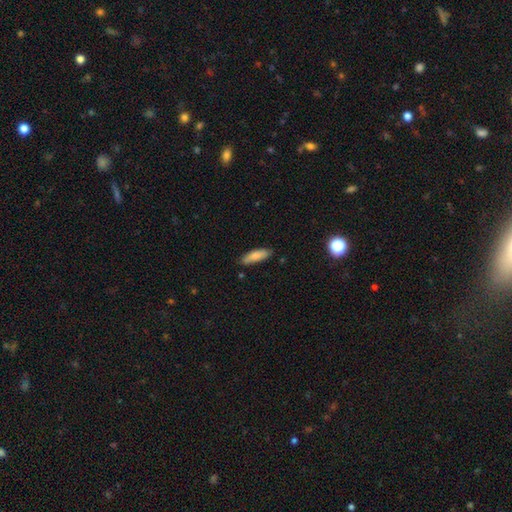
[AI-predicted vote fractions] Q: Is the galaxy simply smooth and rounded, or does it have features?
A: smooth — 82%.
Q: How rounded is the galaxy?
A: in between — 50%.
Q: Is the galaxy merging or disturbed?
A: none — 82%.